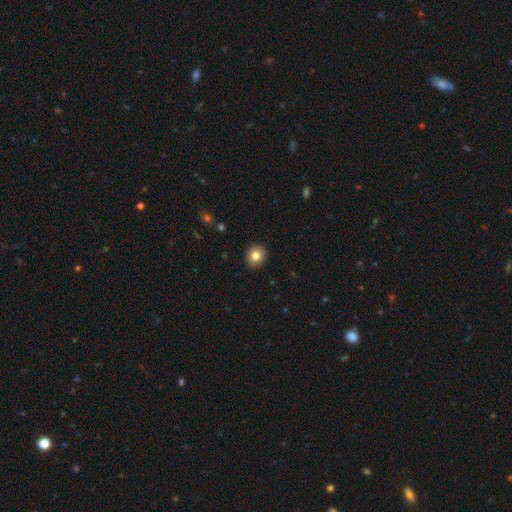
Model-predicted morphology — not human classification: A smooth galaxy with no disk features (82%) that is round (77%).

Vote fractions:
- Smooth or featured? smooth: 82% / star or artifact: 10% / featured or disk: 8%
- How rounded? round: 77% / in between: 22% / cigar-shaped: 1%
- Merging? none: 92% / minor disturbance: 6% / major disturbance: 2% / merger: 1%